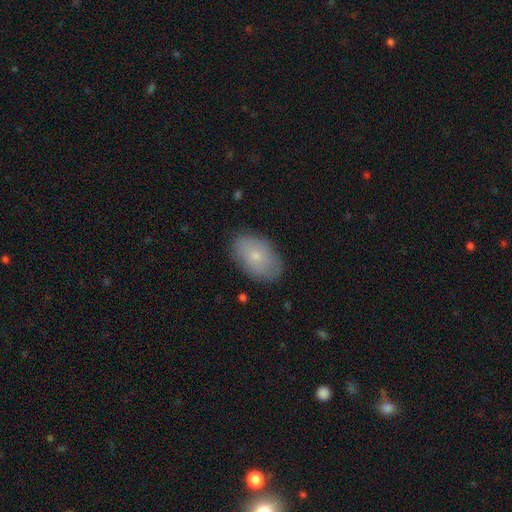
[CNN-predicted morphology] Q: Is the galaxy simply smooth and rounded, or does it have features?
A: smooth — 72%.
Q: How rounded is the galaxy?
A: in between — 91%.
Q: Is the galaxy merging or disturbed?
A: none — 84%.